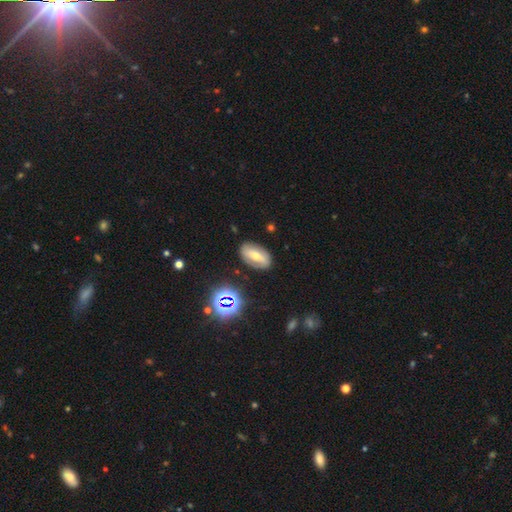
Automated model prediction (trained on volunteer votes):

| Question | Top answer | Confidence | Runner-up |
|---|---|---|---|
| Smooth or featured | featured or disk | 44% | smooth (39%) |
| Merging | none | 82% | minor disturbance (13%) |